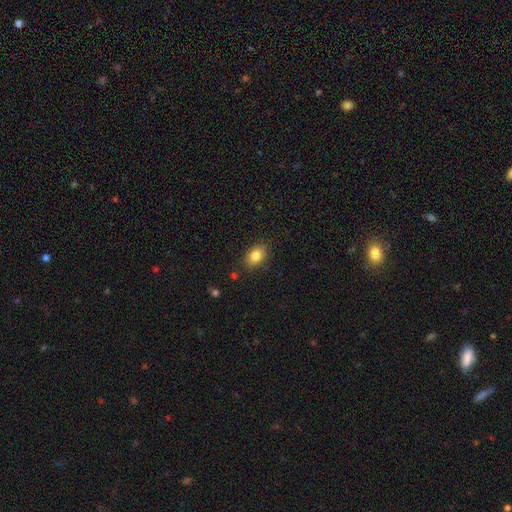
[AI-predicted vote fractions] Q: Smooth or featured?
A: smooth (84%); runner-up: star or artifact (9%)
Q: How rounded?
A: in between (80%); runner-up: round (19%)
Q: Merging?
A: none (85%); runner-up: minor disturbance (11%)